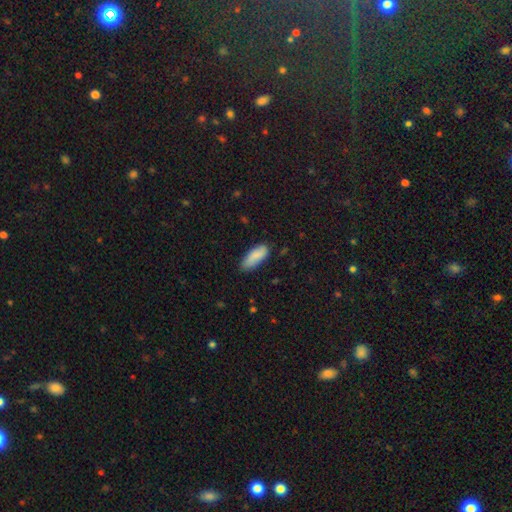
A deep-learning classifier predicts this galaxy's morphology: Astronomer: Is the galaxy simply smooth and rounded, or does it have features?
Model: smooth — 87%.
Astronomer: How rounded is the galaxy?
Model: in between — 76%.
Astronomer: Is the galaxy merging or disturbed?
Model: none — 74%.